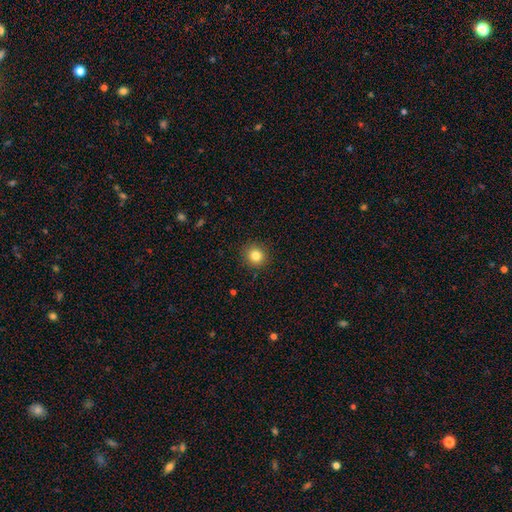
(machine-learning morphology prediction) Overall: smooth (83%). How rounded: round (89%). Merging: none (91%).